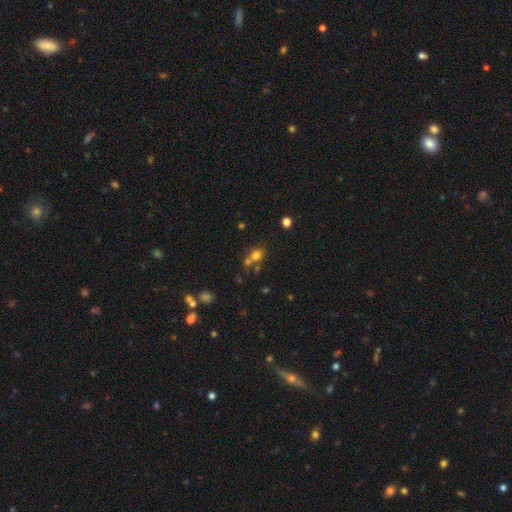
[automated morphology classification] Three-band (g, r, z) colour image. It shows a smooth galaxy with no disk features (74%) that is round (69%). Merging: none (51%).